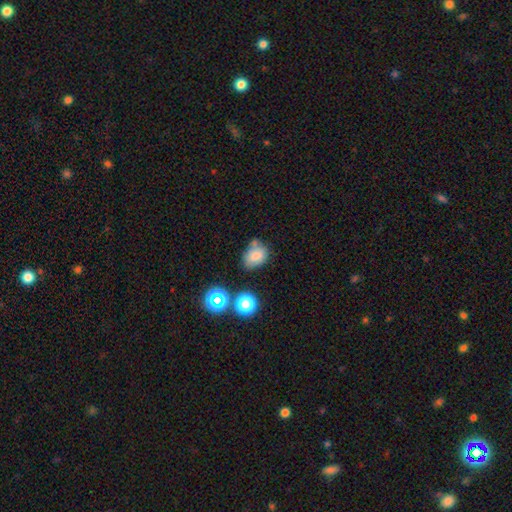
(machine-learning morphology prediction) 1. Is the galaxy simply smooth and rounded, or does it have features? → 76% smooth, 13% star or artifact, 11% featured or disk.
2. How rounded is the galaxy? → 65% in between, 34% round, 1% cigar-shaped.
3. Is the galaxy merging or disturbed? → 58% none, 23% minor disturbance, 13% merger, 6% major disturbance.